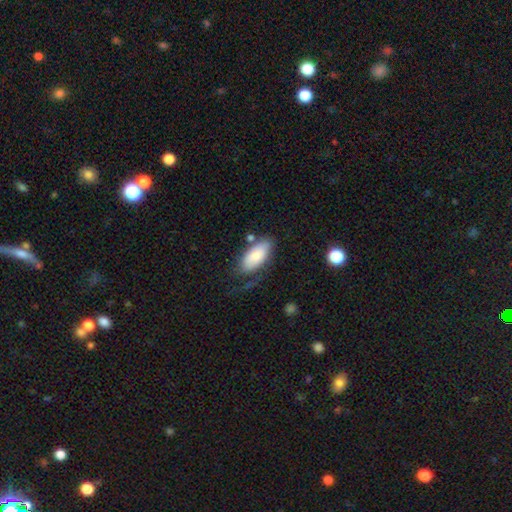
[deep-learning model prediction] This appears to be a smooth galaxy with no disk features (77%) that is in between round and cigar-shaped (91%). Merging: none (56%).